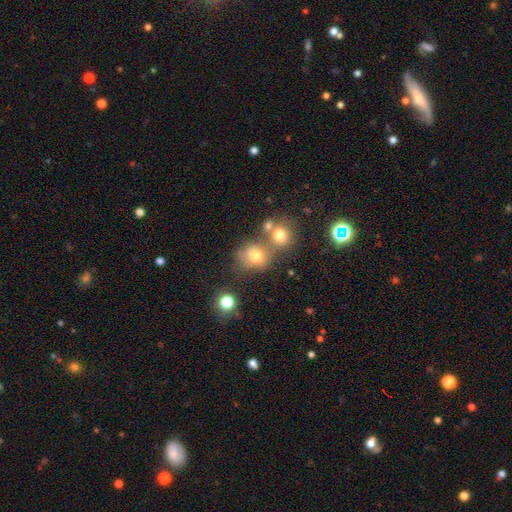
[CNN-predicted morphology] Overall: smooth (70%). How rounded: round (70%). Merging: none (48%; merger 34%).